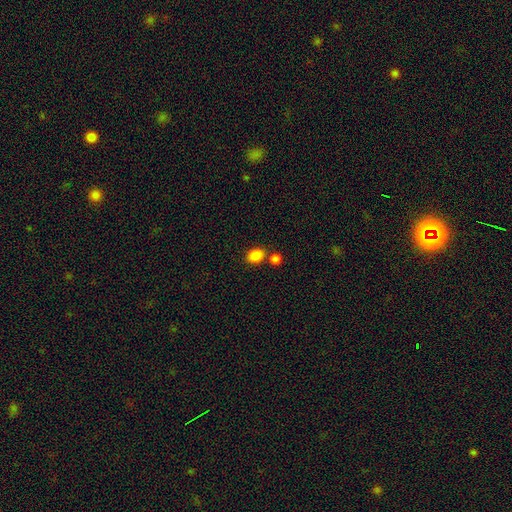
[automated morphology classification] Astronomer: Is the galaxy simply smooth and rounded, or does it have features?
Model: smooth — 86%.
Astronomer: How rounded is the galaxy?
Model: in between — 61% (runner-up: round, 38%).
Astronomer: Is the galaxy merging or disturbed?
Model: none — 67%.